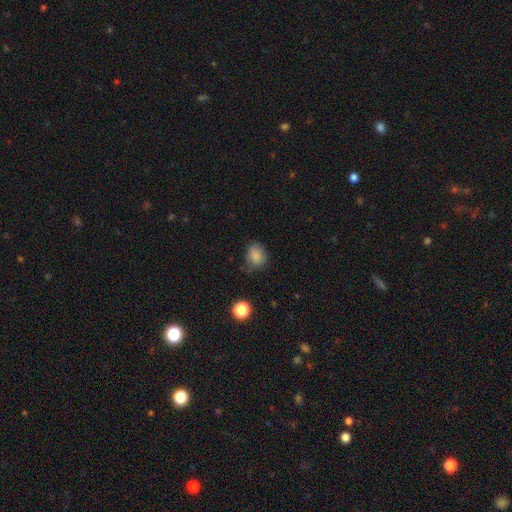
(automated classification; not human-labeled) Smooth or featured? Predicted: smooth (p=0.83). How rounded? Predicted: in between (p=0.51). Merging? Predicted: none (p=0.64).